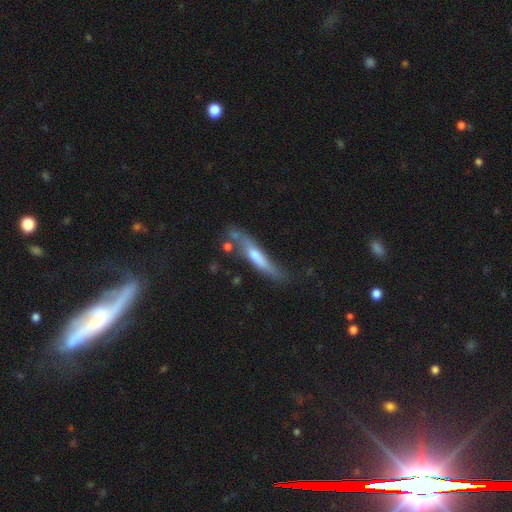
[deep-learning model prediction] Smooth or featured? featured or disk (60%)
Edge-on disk? yes (75%)
Merging? none (53%)